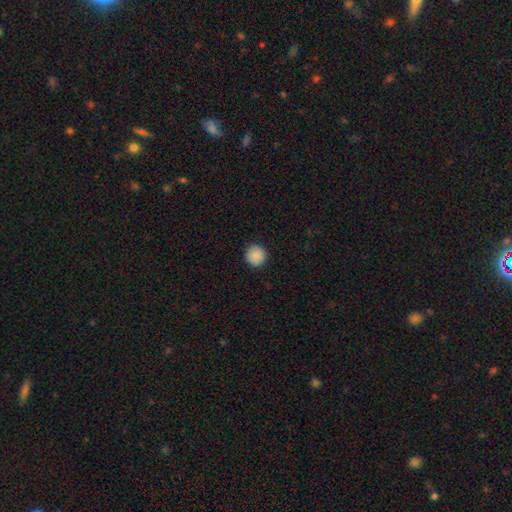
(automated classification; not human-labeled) This appears to be a smooth galaxy with no disk features (89%) that is round (93%). Merging: none (92%).